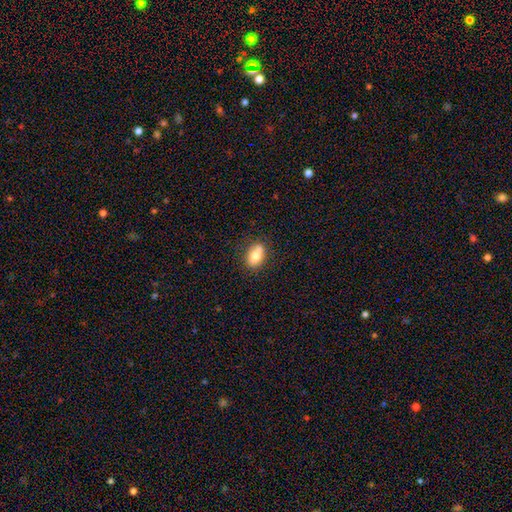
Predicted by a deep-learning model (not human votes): This appears to be a smooth galaxy with no disk features (74%) that is in between round and cigar-shaped (78%). Merging: none (69%).